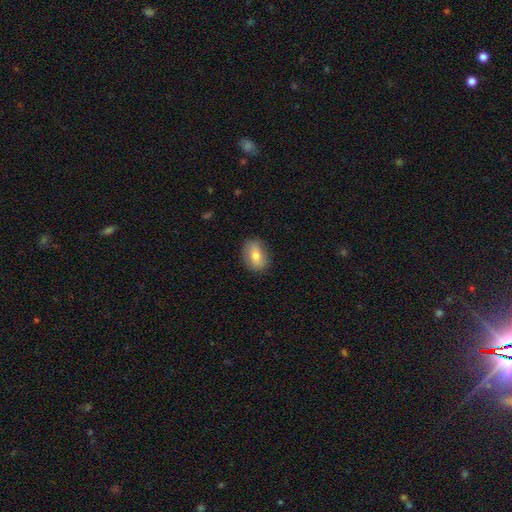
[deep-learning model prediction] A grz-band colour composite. It shows a smooth galaxy with no disk features (71%) that is in between round and cigar-shaped (76%). Merging: none (84%).